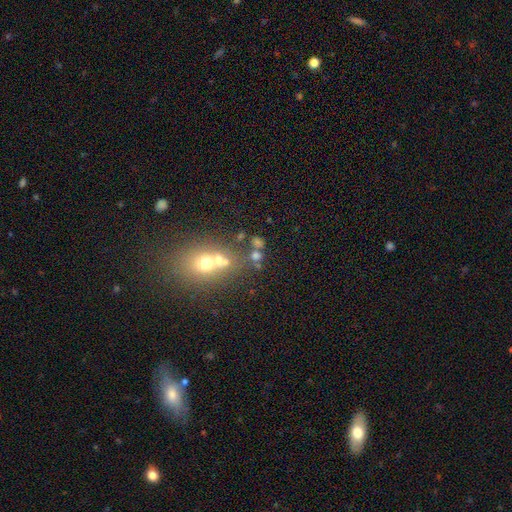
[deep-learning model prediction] smooth 61%, star or artifact 22%, featured or disk 18%. Down the decision tree: how rounded — round (73%); merging — none (49%).